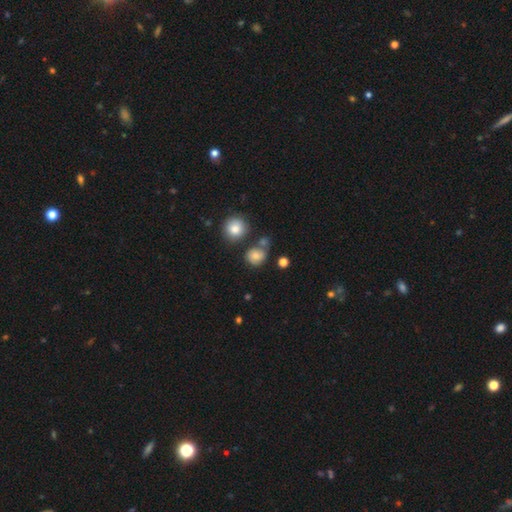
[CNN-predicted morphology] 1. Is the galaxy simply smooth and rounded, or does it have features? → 73% smooth, 15% featured or disk, 13% star or artifact.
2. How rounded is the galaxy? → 77% round, 22% in between, 1% cigar-shaped.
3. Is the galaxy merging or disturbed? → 59% none, 17% minor disturbance, 16% merger, 7% major disturbance.